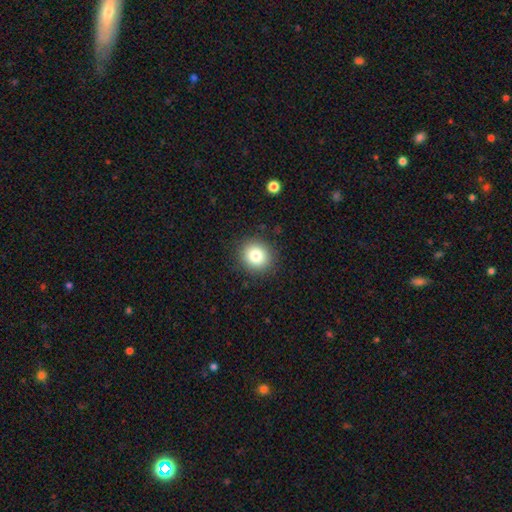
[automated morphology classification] smooth 81%, star or artifact 11%, featured or disk 8%. Down the decision tree: how rounded — round (87%); merging — none (90%).